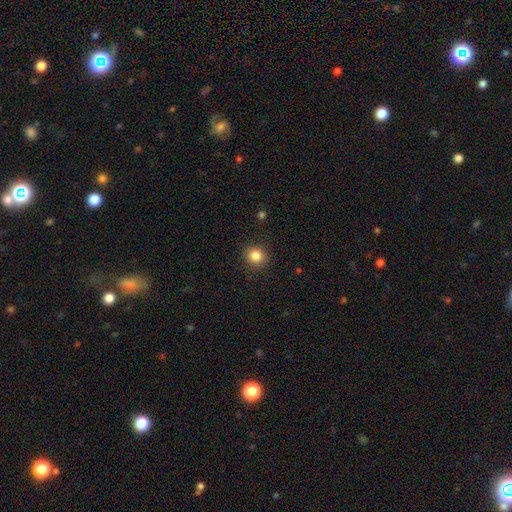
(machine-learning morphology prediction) smooth-or-featured: smooth: 85% | star or artifact: 11% | featured or disk: 4%
  how-rounded: round: 88% | in between: 11% | cigar-shaped: 1%
  merging: none: 90% | minor disturbance: 7% | major disturbance: 2% | merger: 1%